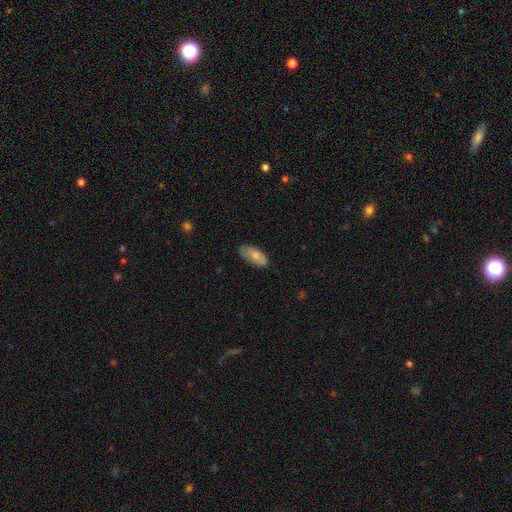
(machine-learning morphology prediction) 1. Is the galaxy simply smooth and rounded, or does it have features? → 77% smooth, 17% featured or disk, 6% star or artifact.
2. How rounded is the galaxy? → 89% in between, 8% cigar-shaped, 2% round.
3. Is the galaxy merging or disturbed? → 76% none, 19% minor disturbance, 3% major disturbance, 1% merger.